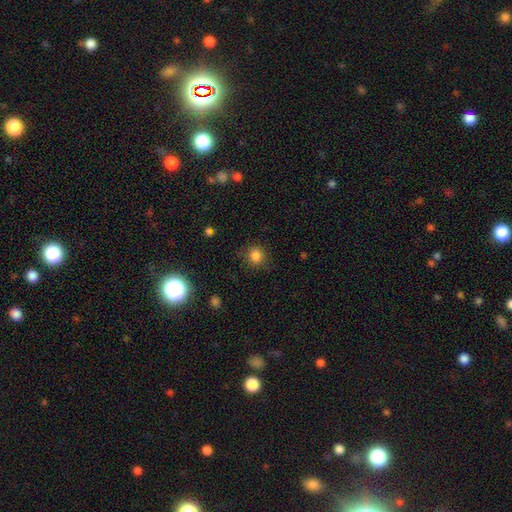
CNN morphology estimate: Smooth or featured? Predicted: smooth (p=0.82). How rounded? Predicted: round (p=0.81). Merging? Predicted: none (p=0.80).